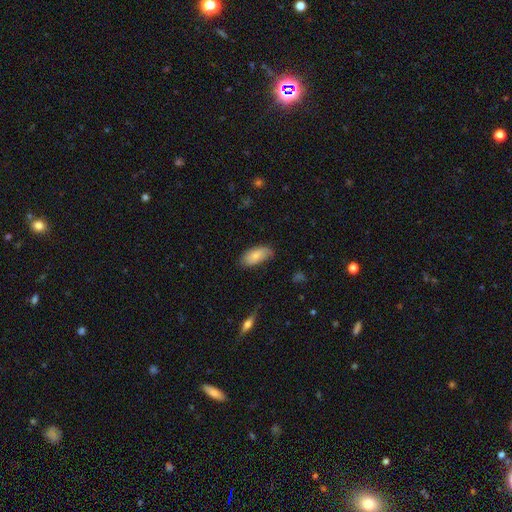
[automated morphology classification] Q: Smooth or featured?
A: smooth (76%); runner-up: featured or disk (17%)
Q: How rounded?
A: in between (92%); runner-up: cigar-shaped (6%)
Q: Merging?
A: none (68%); runner-up: minor disturbance (26%)